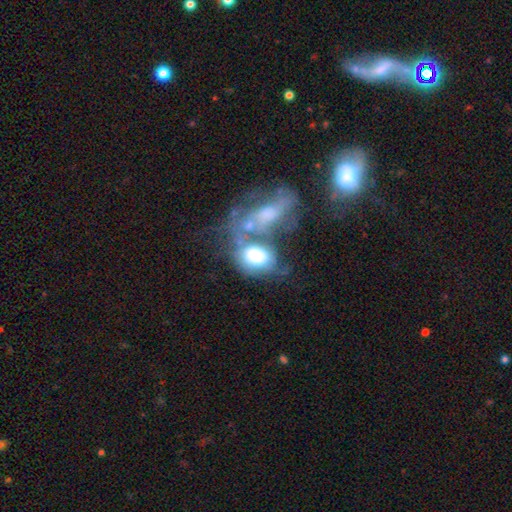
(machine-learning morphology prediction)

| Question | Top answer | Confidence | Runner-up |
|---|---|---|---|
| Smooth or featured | smooth | 58% | featured or disk (33%) |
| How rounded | in between | 73% | round (25%) |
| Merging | merger | 52% | none (18%) |